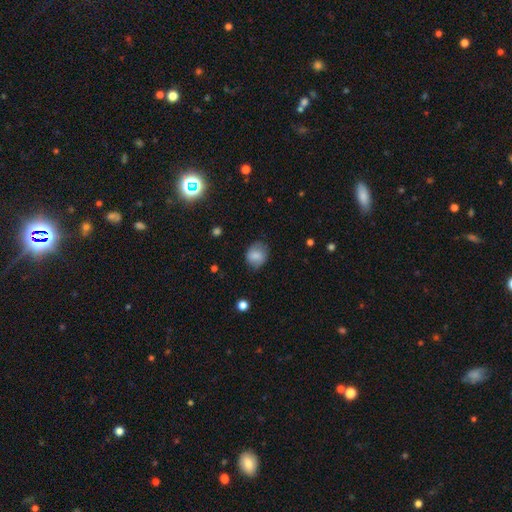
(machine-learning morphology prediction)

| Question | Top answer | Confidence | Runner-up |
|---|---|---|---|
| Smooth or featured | smooth | 78% | featured or disk (14%) |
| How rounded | round | 62% | in between (37%) |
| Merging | none | 73% | minor disturbance (21%) |